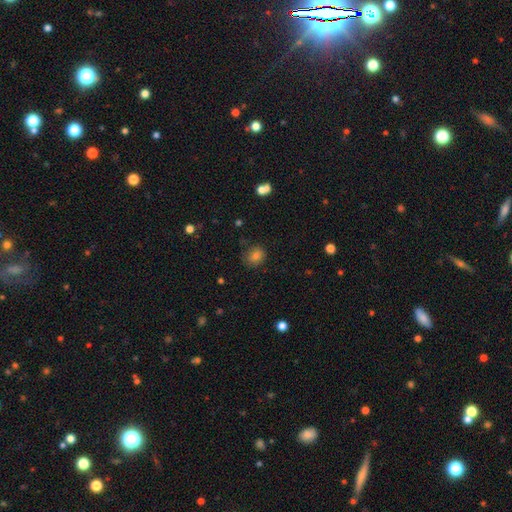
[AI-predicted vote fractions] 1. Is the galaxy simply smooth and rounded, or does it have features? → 79% smooth, 13% star or artifact, 7% featured or disk.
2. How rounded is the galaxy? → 65% round, 34% in between, 1% cigar-shaped.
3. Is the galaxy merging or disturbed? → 77% none, 16% minor disturbance, 5% major disturbance, 2% merger.